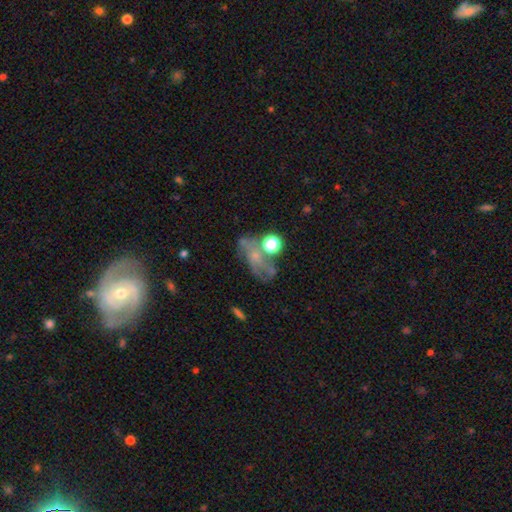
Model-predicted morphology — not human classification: Q: Smooth or featured?
A: featured or disk (45%); runner-up: smooth (34%)
Q: Merging?
A: none (41%); runner-up: major disturbance (23%)